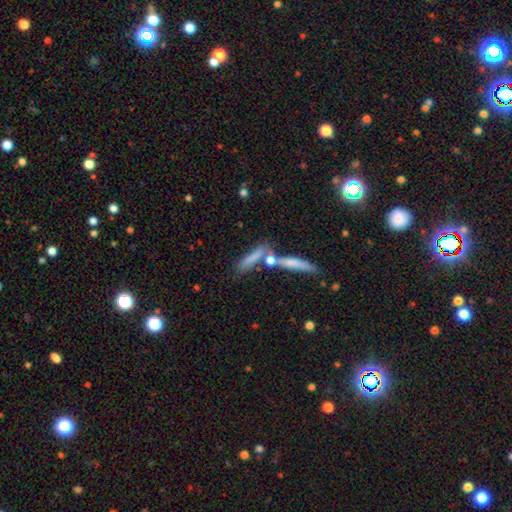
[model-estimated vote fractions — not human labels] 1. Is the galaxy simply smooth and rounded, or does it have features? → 65% smooth, 25% featured or disk, 10% star or artifact.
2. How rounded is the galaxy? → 82% cigar-shaped, 14% in between, 4% round.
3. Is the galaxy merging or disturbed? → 56% none, 27% merger, 12% minor disturbance, 5% major disturbance.